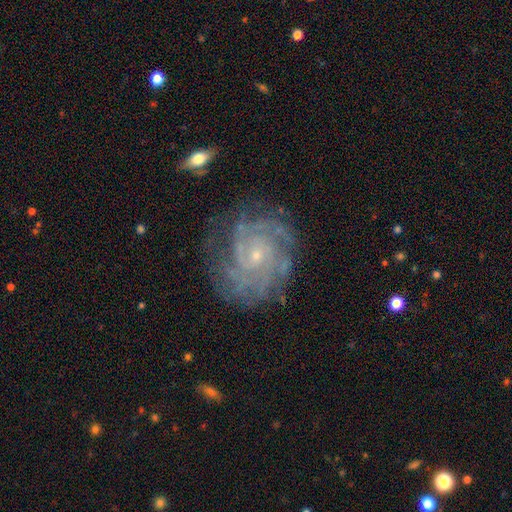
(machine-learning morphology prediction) type=featured or disk (87%); edge-on=no (98%); bar=no (74%); spiral arms=yes (97%); winding=tight (73%); arm count=can't tell (29%); bulge=small (82%); merging=none (76%).